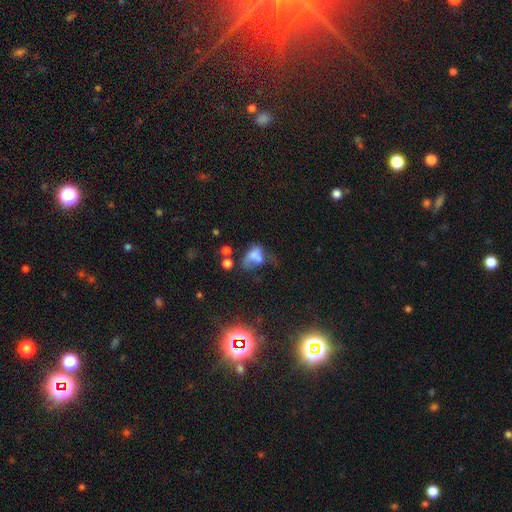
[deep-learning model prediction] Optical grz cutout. It shows a smooth galaxy with no disk features (54%) that is in between round and cigar-shaped (80%). Merging: major disturbance (35%).